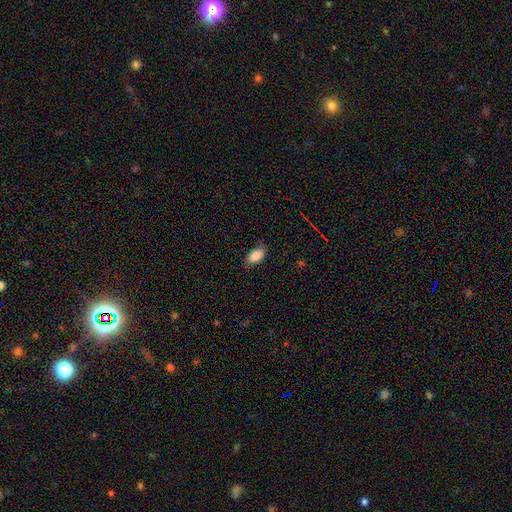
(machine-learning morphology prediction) Smooth or featured?
  - smooth: 86% *
  - star or artifact: 8%
  - featured or disk: 6%
How rounded?
  - in between: 91% *
  - round: 6%
  - cigar-shaped: 3%
Merging?
  - none: 76% *
  - minor disturbance: 19%
  - major disturbance: 4%
  - merger: 1%